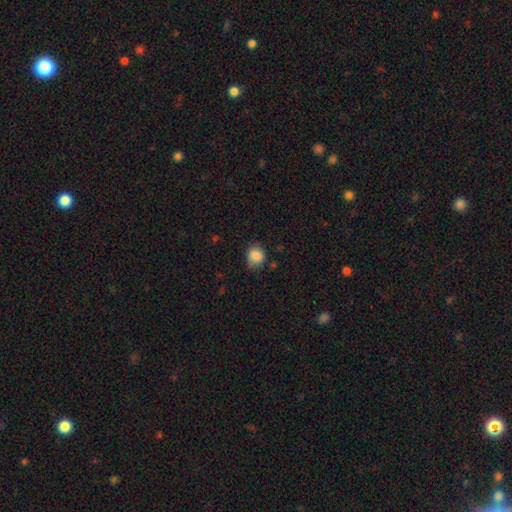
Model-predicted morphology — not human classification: A smooth galaxy with no disk features (86%) that is round (77%).

Vote fractions:
- Smooth or featured? smooth: 86% / star or artifact: 9% / featured or disk: 5%
- How rounded? round: 77% / in between: 22% / cigar-shaped: 1%
- Merging? none: 72% / minor disturbance: 22% / major disturbance: 4% / merger: 2%